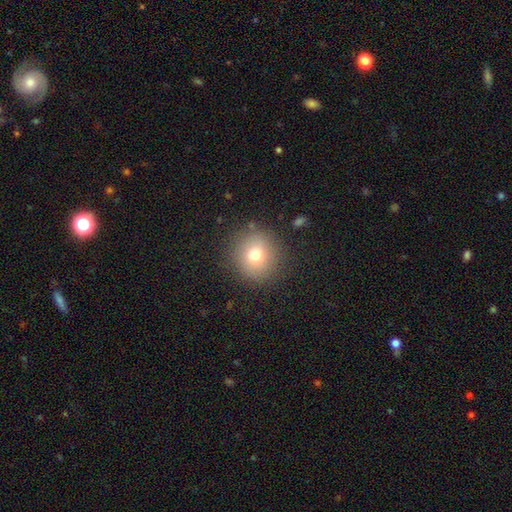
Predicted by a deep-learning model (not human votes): Smooth or featured: smooth — 74% (star or artifact — 13%)
How rounded: round — 92% (in between — 7%)
Merging: none — 87% (minor disturbance — 8%)